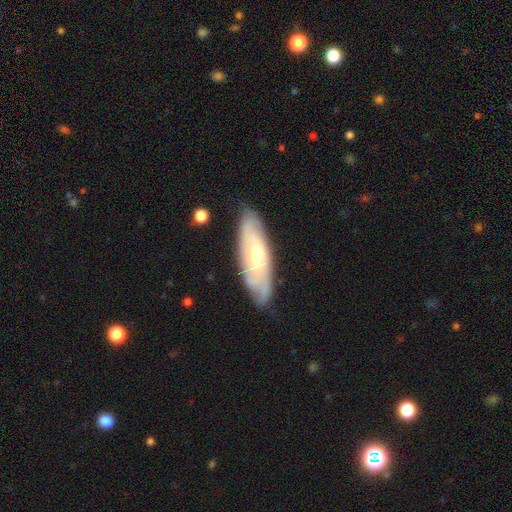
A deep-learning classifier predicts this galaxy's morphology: This appears to be a featured or disk galaxy (57%). Merging: none (79%).